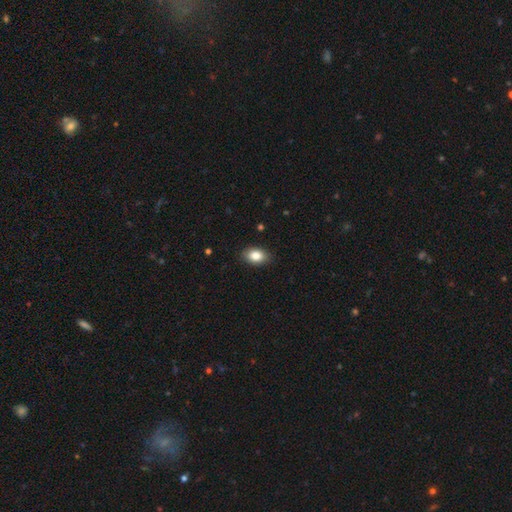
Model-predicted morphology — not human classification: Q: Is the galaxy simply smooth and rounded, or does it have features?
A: smooth — 85%.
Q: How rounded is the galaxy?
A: in between — 86%.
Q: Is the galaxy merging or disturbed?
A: none — 87%.